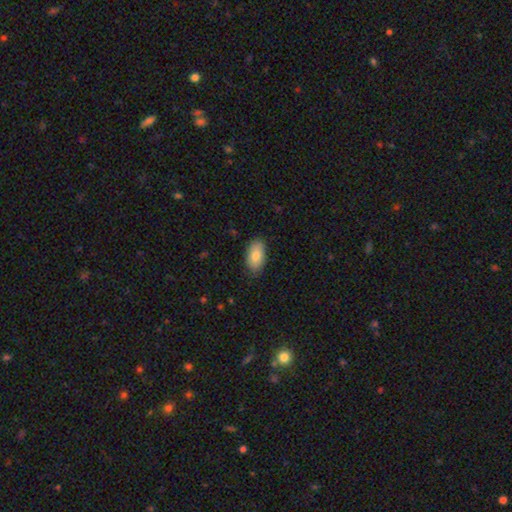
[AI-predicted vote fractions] smooth 82%, featured or disk 11%, star or artifact 6%. Down the decision tree: how rounded — in between (94%); merging — none (82%).